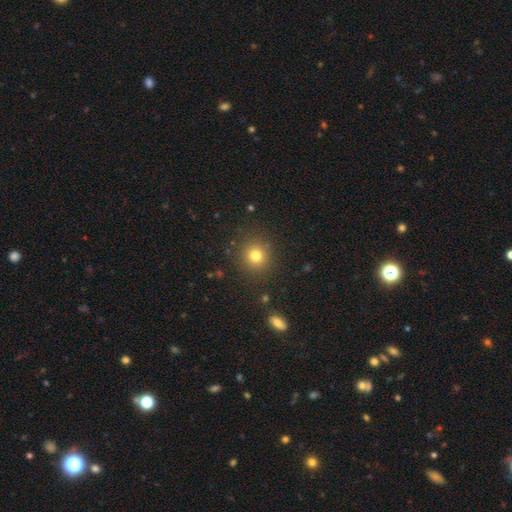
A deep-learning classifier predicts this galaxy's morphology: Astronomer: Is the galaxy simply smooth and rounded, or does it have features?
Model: smooth — 78%.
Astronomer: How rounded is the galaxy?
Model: round — 91%.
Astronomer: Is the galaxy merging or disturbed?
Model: none — 89%.